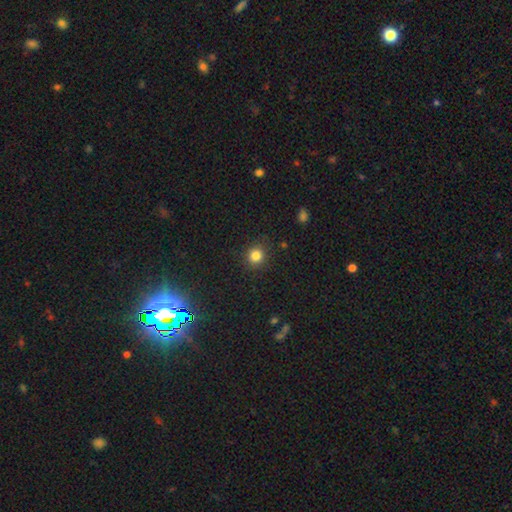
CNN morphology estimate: smooth_or_featured: smooth (p=0.83) [alt: star or artifact p=0.13]
how_rounded: round (p=0.91) [alt: in between p=0.08]
merging: none (p=0.89) [alt: minor disturbance p=0.07]